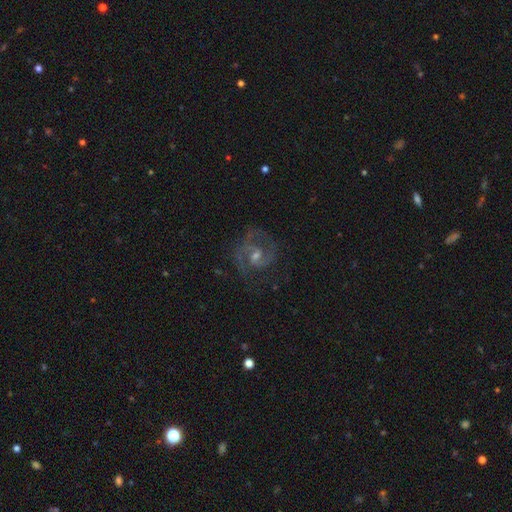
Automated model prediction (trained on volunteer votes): Smooth or featured? Predicted: featured or disk (p=0.87). Edge-on disk? Predicted: no (p=0.98). Bar? Predicted: weak (p=0.52). Spiral arms? Predicted: yes (p=0.97). Spiral winding? Predicted: medium (p=0.58). Spiral arm count? Predicted: 2 (p=0.86). Bulge size? Predicted: small (p=0.46). Merging? Predicted: none (p=0.75).